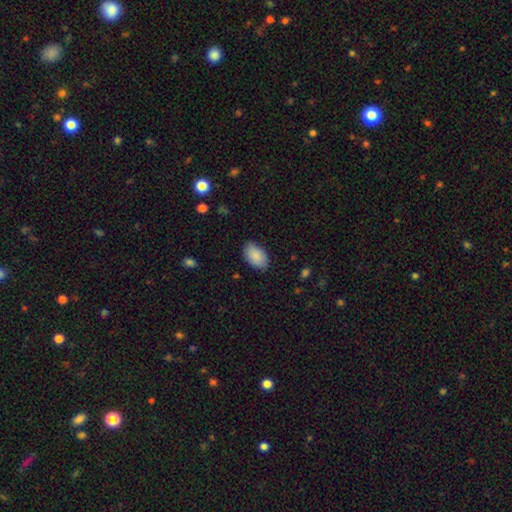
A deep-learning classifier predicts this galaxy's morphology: This appears to be a smooth galaxy with no disk features (89%) that is in between round and cigar-shaped (94%). Merging: none (84%).